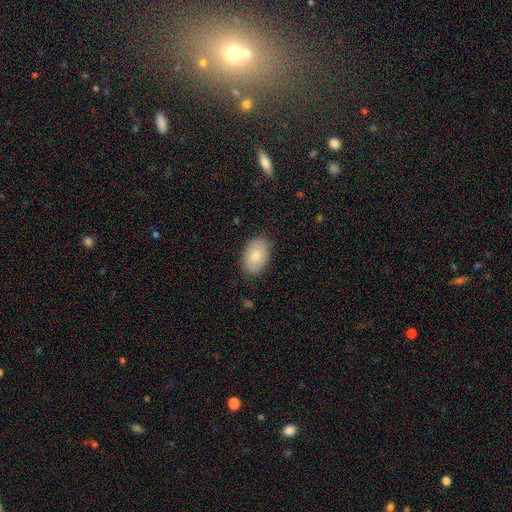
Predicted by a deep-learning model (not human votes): The model was most divided on "smooth or featured": smooth: 80%, featured or disk: 14%, star or artifact: 7%. More confident: how rounded — in between (90%); merging — none (85%).